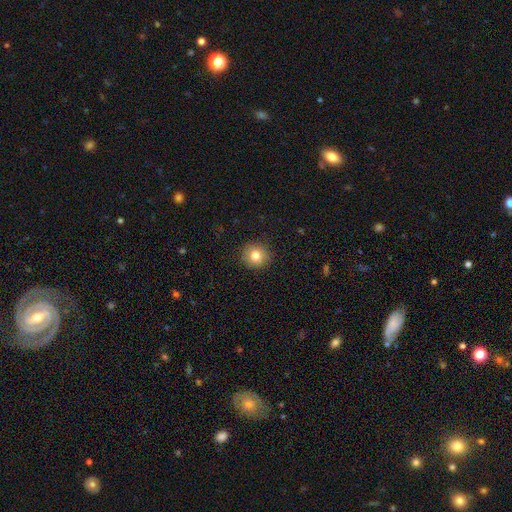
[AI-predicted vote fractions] Smooth or featured? Predicted: smooth (p=0.80). How rounded? Predicted: round (p=0.91). Merging? Predicted: none (p=0.91).